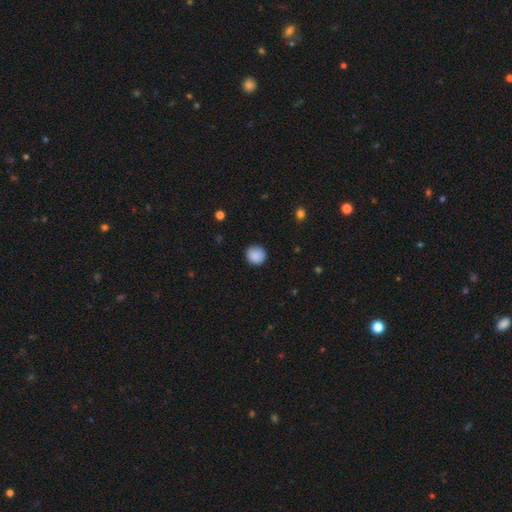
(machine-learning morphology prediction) smooth_or_featured: smooth (p=0.88) [alt: star or artifact p=0.08]
how_rounded: round (p=0.92) [alt: in between p=0.07]
merging: none (p=0.88) [alt: minor disturbance p=0.09]